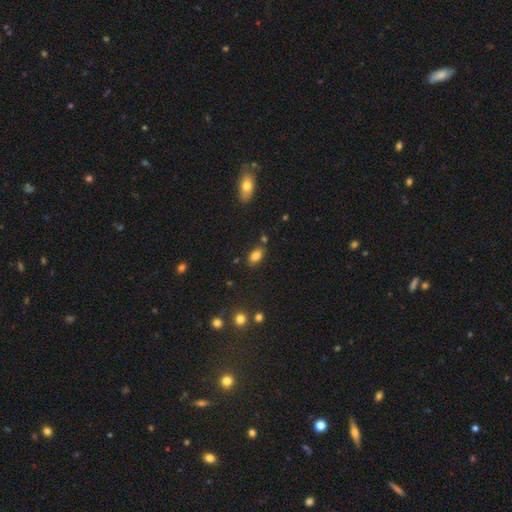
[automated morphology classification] smooth_or_featured: smooth (p=0.82) [alt: star or artifact p=0.09]
how_rounded: in between (p=0.90) [alt: round p=0.07]
merging: none (p=0.79) [alt: minor disturbance p=0.12]